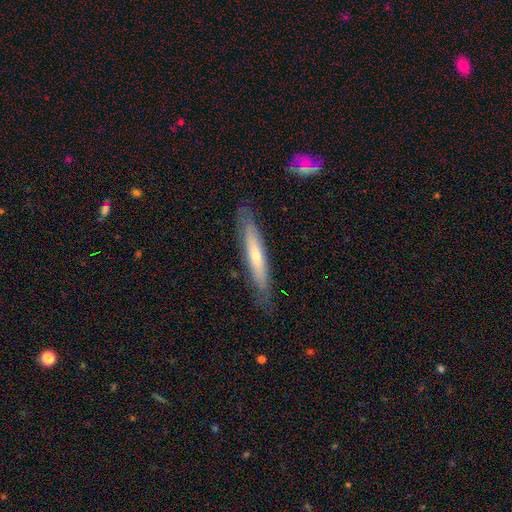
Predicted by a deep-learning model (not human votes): Q: Smooth or featured?
A: featured or disk (49%); runner-up: smooth (46%)
Q: Merging?
A: none (83%); runner-up: minor disturbance (13%)